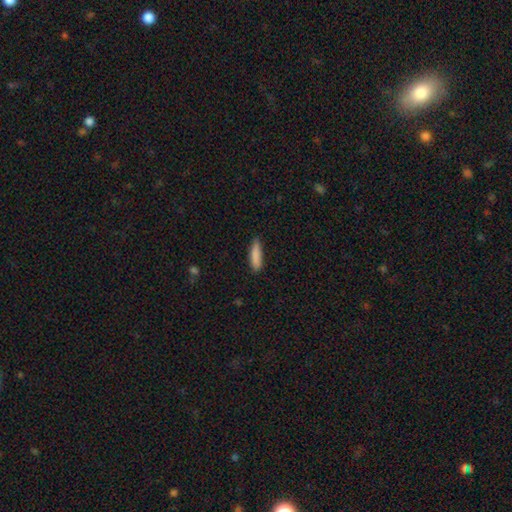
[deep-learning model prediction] This is clearly a smooth galaxy (87%). How rounded: likely cigar-shaped (71%). Merging: clearly none (82%).